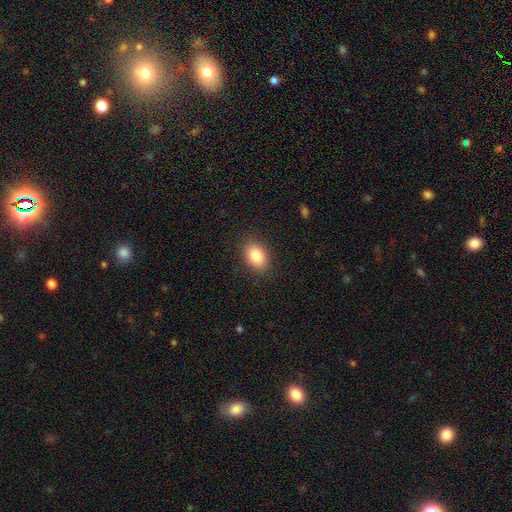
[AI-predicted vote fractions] A smooth galaxy with no disk features (84%) that is in between round and cigar-shaped (75%).

Vote fractions:
- Smooth or featured? smooth: 84% / star or artifact: 9% / featured or disk: 7%
- How rounded? in between: 75% / round: 23% / cigar-shaped: 1%
- Merging? none: 87% / minor disturbance: 9% / major disturbance: 3% / merger: 1%